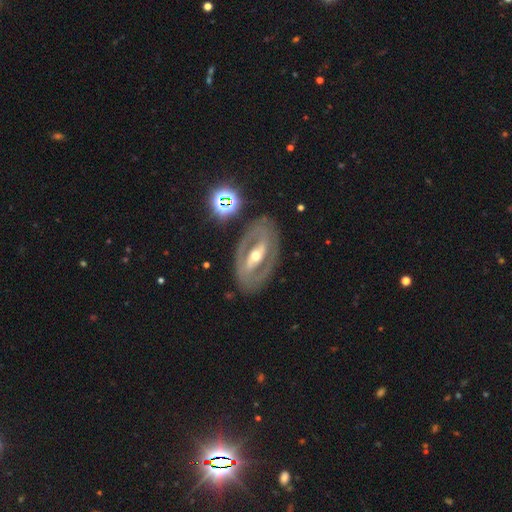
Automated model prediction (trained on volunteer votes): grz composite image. It shows a featured or disk galaxy (81%) with a strong bar (57%), spiral arms (63%) and a moderate central bulge (53%). Merging: none (77%).